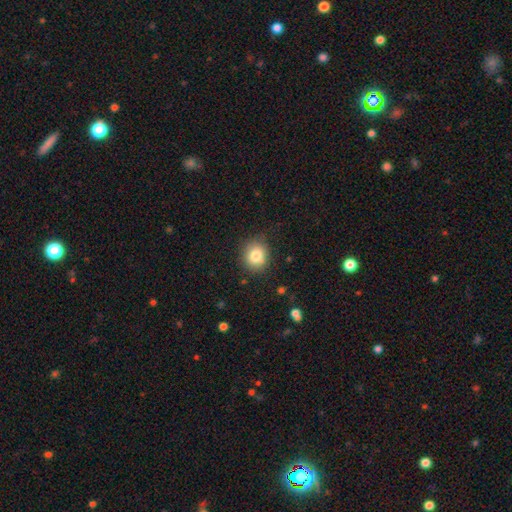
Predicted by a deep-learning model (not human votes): Morphology: type=smooth (81%); roundness=round (76%); merging=none (82%).